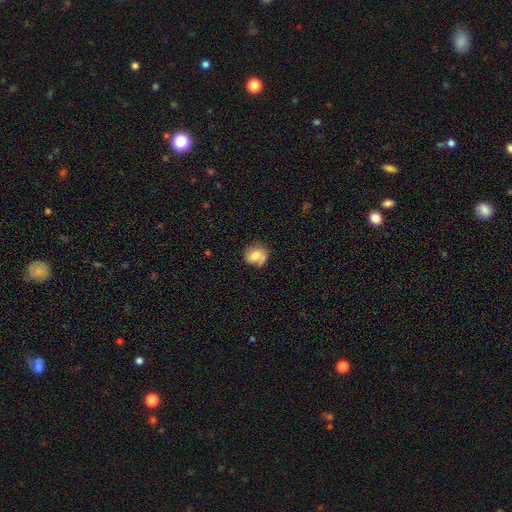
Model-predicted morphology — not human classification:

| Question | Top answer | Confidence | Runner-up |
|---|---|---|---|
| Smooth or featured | smooth | 68% | featured or disk (23%) |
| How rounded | round | 71% | in between (28%) |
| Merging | none | 58% | minor disturbance (23%) |